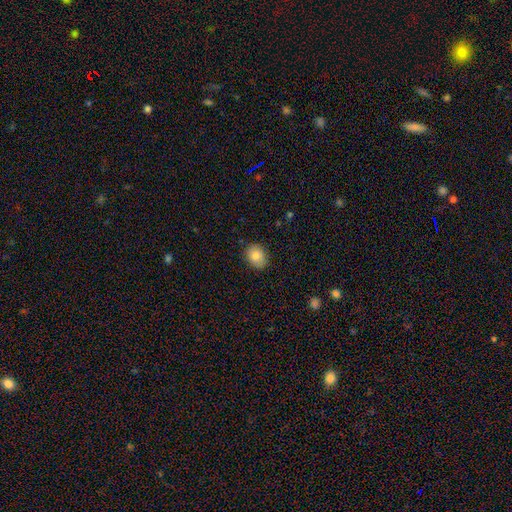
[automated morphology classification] Q: Smooth or featured?
A: smooth (84%); runner-up: star or artifact (8%)
Q: How rounded?
A: in between (50%); runner-up: round (49%)
Q: Merging?
A: none (85%); runner-up: minor disturbance (12%)